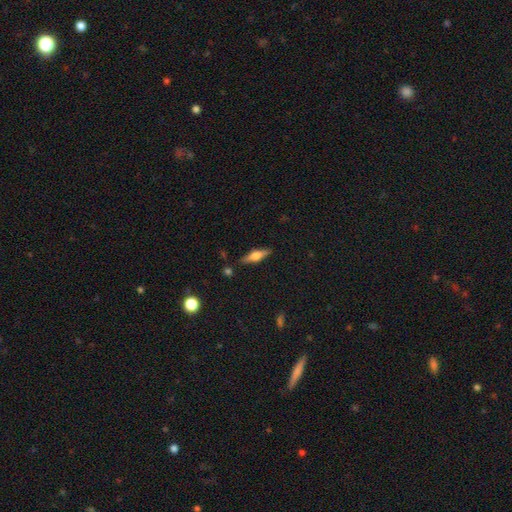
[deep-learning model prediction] Overall: featured or disk (59%; smooth 34%). Edge-on disk: yes (95%). Edge-on bulge: rounded (88%). Merging: none (86%).